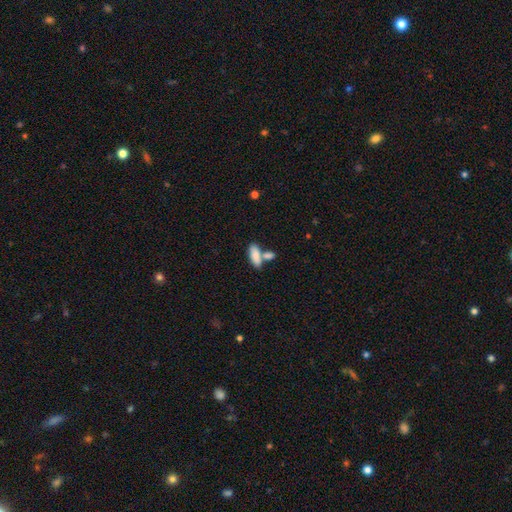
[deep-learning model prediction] The model was most divided on "merging": merger: 43%, none: 42%, minor disturbance: 11%, major disturbance: 4%. More confident: smooth or featured — smooth (83%); how rounded — in between (79%).